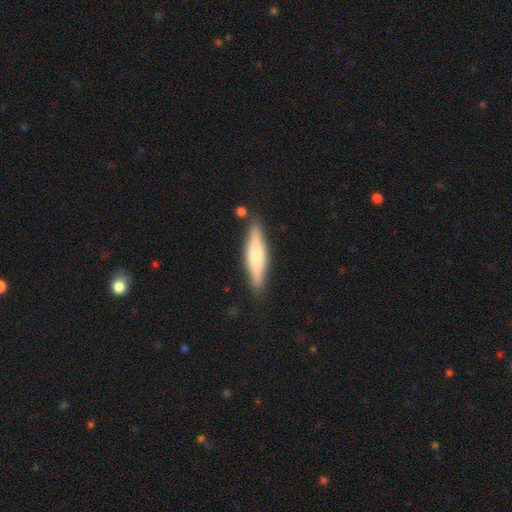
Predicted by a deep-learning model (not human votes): smooth_or_featured: smooth (p=0.53) [alt: featured or disk p=0.41]
how_rounded: cigar-shaped (p=0.75) [alt: in between p=0.23]
merging: none (p=0.83) [alt: minor disturbance p=0.11]